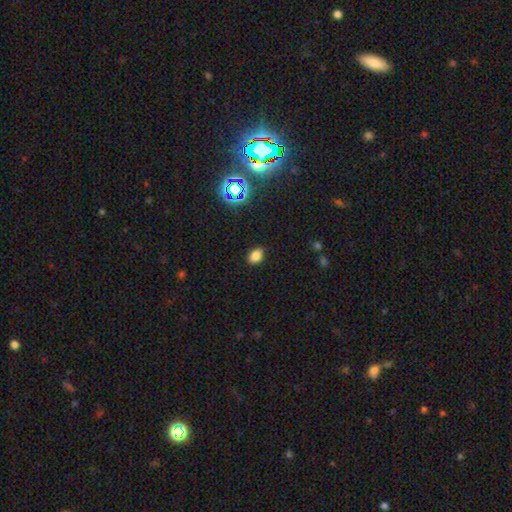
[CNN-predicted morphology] Smooth or featured? Predicted: smooth (p=0.80). How rounded? Predicted: in between (p=0.80). Merging? Predicted: none (p=0.88).